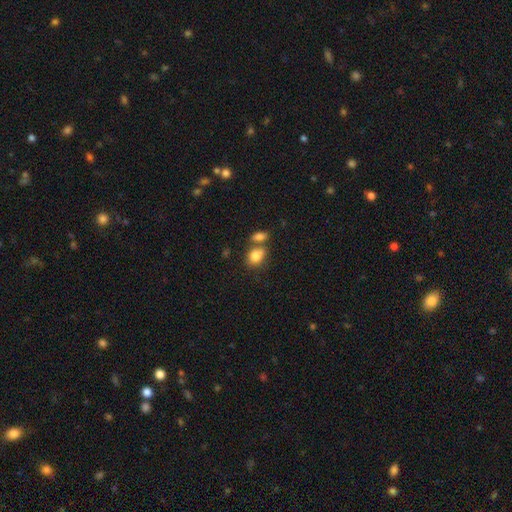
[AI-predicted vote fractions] Q: Smooth or featured?
A: smooth (83%); runner-up: featured or disk (9%)
Q: How rounded?
A: in between (67%); runner-up: round (31%)
Q: Merging?
A: none (45%); runner-up: merger (38%)